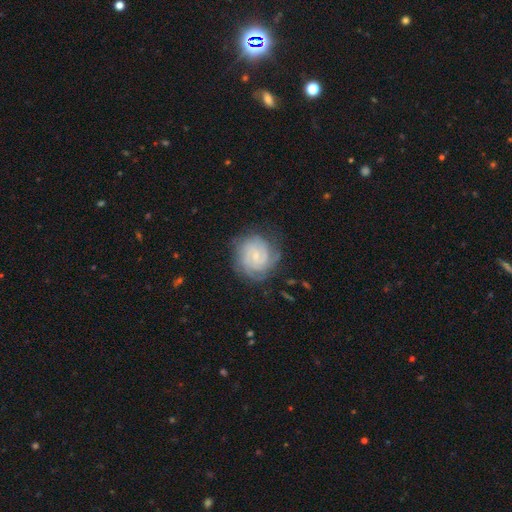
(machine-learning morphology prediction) A featured or disk galaxy (76%) with no bar (62%), tight (73%) spiral arms (94%) and a small central bulge (78%).

Vote fractions:
- Smooth or featured? featured or disk: 76% / smooth: 17% / star or artifact: 7%
- Edge-on disk? no: 98% / yes: 2%
- Bar? no: 62% / weak: 32% / strong: 6%
- Spiral arms? yes: 94% / no: 6%
- Spiral winding? tight: 73% / medium: 22% / loose: 5%
- Spiral arm count? can't tell: 33% / 3: 21% / 2: 21% / 4: 13% / more than 4: 6% / 1: 6%
- Bulge size? small: 78% / moderate: 15% / none: 5% / large: 1% / dominant: 1%
- Merging? none: 74% / minor disturbance: 17% / major disturbance: 7% / merger: 1%